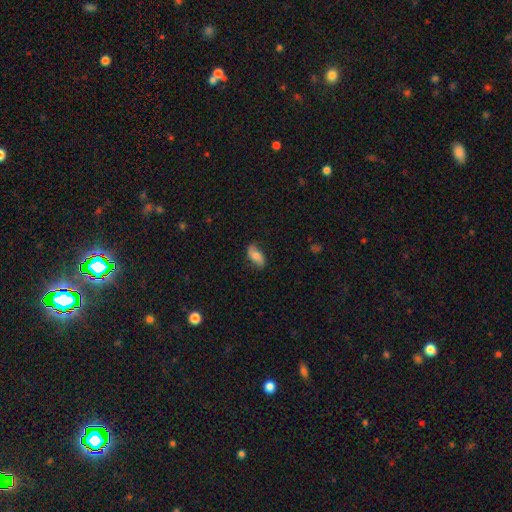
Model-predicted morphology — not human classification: Smooth or featured?
  - smooth: 58% *
  - featured or disk: 35%
  - star or artifact: 8%
How rounded?
  - in between: 89% *
  - cigar-shaped: 7%
  - round: 5%
Merging?
  - none: 74% *
  - minor disturbance: 20%
  - major disturbance: 5%
  - merger: 1%